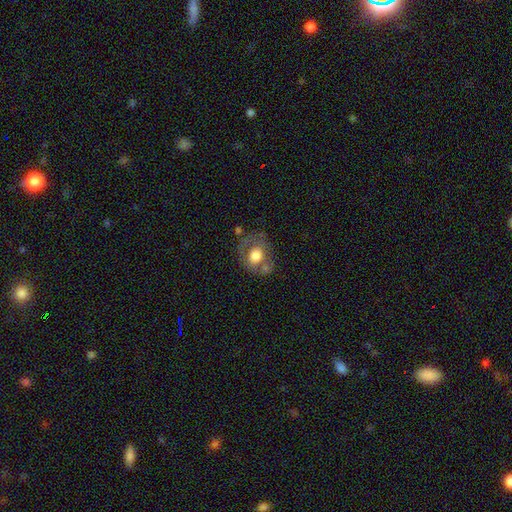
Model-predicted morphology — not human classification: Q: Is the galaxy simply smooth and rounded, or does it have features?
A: smooth — 65%.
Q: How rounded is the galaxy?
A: round — 54%.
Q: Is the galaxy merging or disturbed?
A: none — 47%.